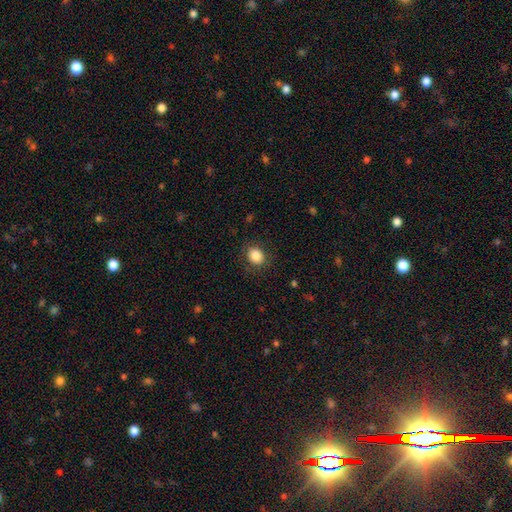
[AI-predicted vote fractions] Smooth or featured? Predicted: smooth (p=0.85). How rounded? Predicted: round (p=0.59). Merging? Predicted: none (p=0.85).